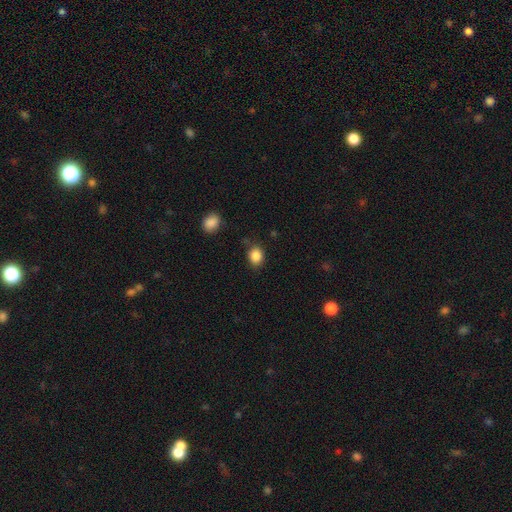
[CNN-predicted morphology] Smooth or featured: smooth — 86% (star or artifact — 10%)
How rounded: round — 52% (in between — 47%)
Merging: none — 78% (minor disturbance — 15%)